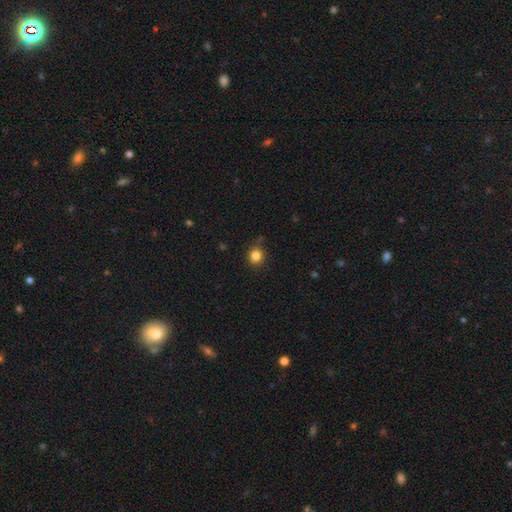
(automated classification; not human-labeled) Q: Smooth or featured?
A: smooth (84%); runner-up: star or artifact (12%)
Q: How rounded?
A: round (86%); runner-up: in between (13%)
Q: Merging?
A: none (83%); runner-up: minor disturbance (11%)